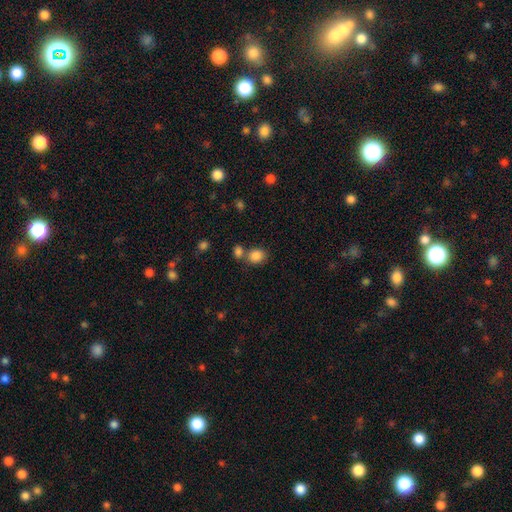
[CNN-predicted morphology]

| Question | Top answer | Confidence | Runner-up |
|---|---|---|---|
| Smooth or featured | smooth | 85% | star or artifact (10%) |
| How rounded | round | 59% | in between (40%) |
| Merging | none | 59% | merger (27%) |